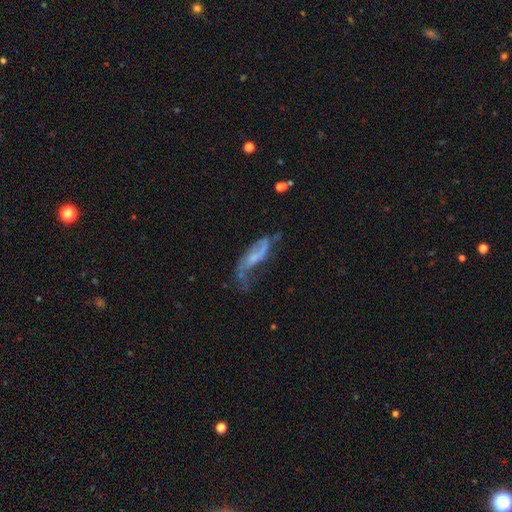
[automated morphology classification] Smooth or featured?
  - featured or disk: 64% *
  - smooth: 26%
  - star or artifact: 10%
Edge-on disk?
  - no: 82% *
  - yes: 18%
Bar?
  - no: 56% *
  - weak: 31%
  - strong: 12%
Spiral arms?
  - yes: 69% *
  - no: 31%
Bulge size?
  - small: 48% *
  - none: 32%
  - moderate: 17%
  - large: 2%
  - dominant: 1%
Merging?
  - major disturbance: 36% *
  - none: 31%
  - minor disturbance: 26%
  - merger: 8%